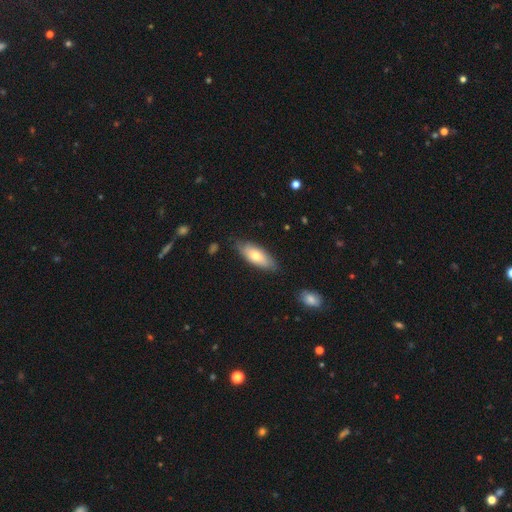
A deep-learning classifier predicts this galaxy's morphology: Smooth or featured? smooth (68%)
How rounded? in between (77%)
Merging? none (78%)